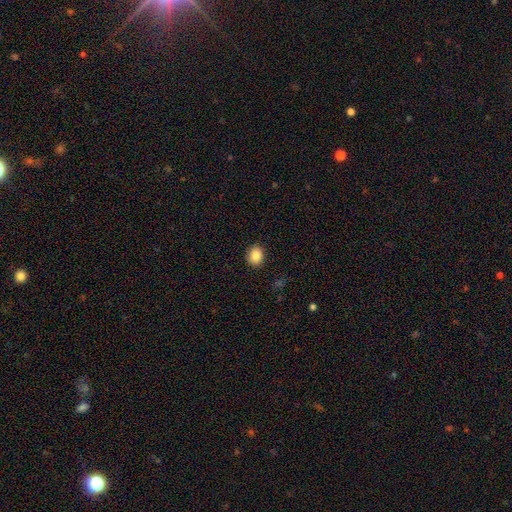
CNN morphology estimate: This appears to be a smooth galaxy with no disk features (87%) that is round (67%). Merging: none (90%).